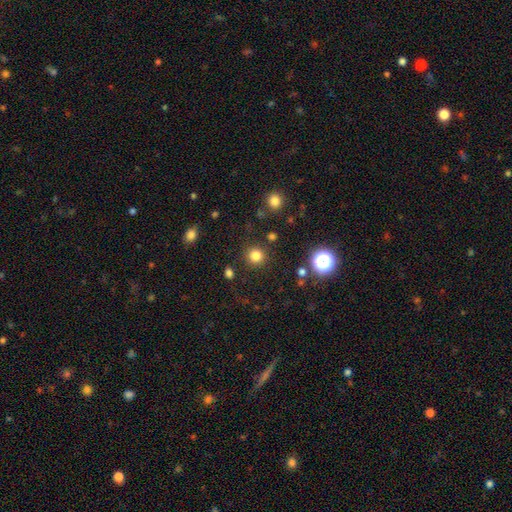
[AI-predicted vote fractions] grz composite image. It shows a smooth galaxy with no disk features (81%) that is round (94%). Merging: none (89%).